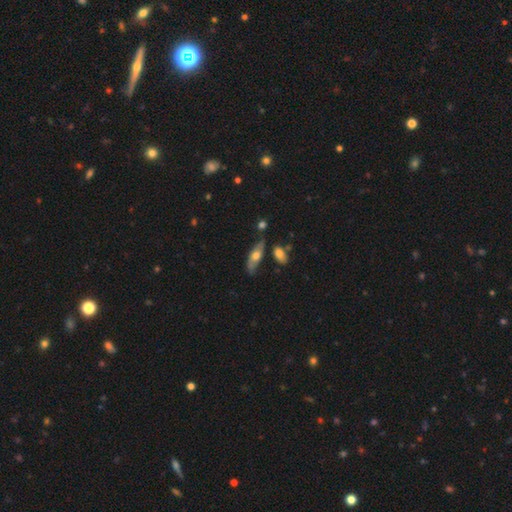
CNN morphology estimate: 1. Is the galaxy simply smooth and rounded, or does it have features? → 56% smooth, 37% featured or disk, 7% star or artifact.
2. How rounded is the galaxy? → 65% in between, 32% cigar-shaped, 3% round.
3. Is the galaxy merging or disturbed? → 57% none, 25% minor disturbance, 10% merger, 8% major disturbance.